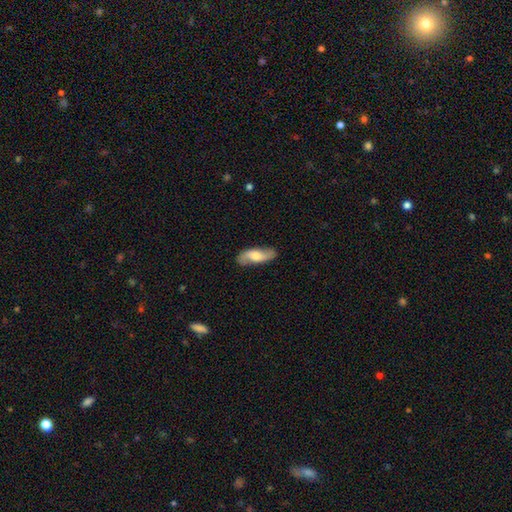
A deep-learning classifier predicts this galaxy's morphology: Smooth or featured: featured or disk — 52% (smooth — 42%)
Edge-on disk: no — 83% (yes — 17%)
Merging: none — 83% (minor disturbance — 13%)